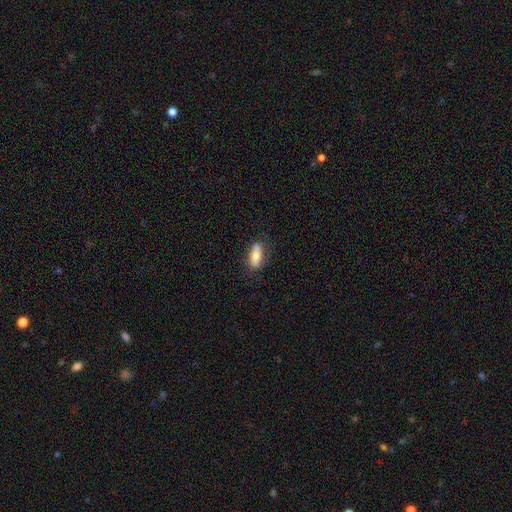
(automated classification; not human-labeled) A smooth galaxy with no disk features (70%) that is in between round and cigar-shaped (76%). Merging: none (76%).